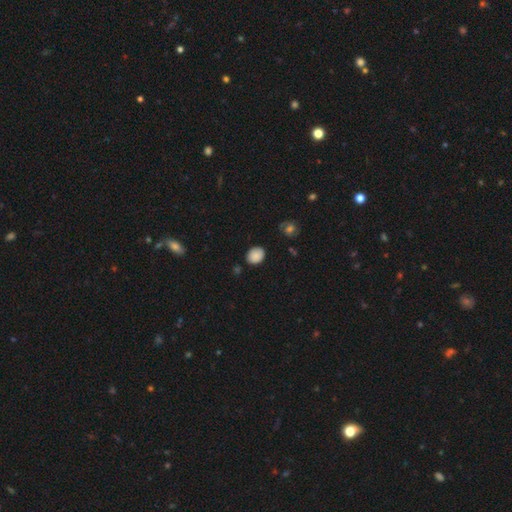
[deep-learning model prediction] smooth 86%, star or artifact 9%, featured or disk 5%. Down the decision tree: how rounded — round (50%); merging — none (83%).